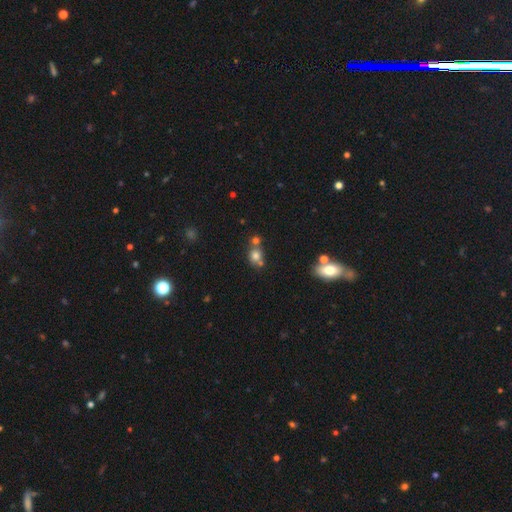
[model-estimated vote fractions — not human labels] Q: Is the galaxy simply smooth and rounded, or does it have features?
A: smooth — 75%.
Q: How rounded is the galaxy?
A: round — 73%.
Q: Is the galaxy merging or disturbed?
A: none — 47%.